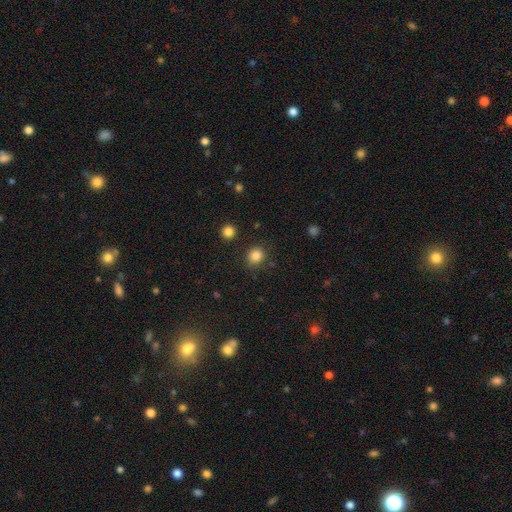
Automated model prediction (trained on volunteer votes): A smooth galaxy with no disk features (85%) that is round (84%). Merging: none (85%).